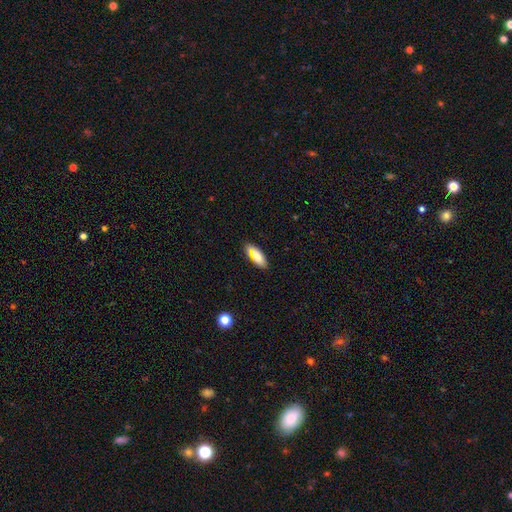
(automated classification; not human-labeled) Smooth or featured? Predicted: smooth (p=0.76). How rounded? Predicted: in between (p=0.75). Merging? Predicted: none (p=0.81).